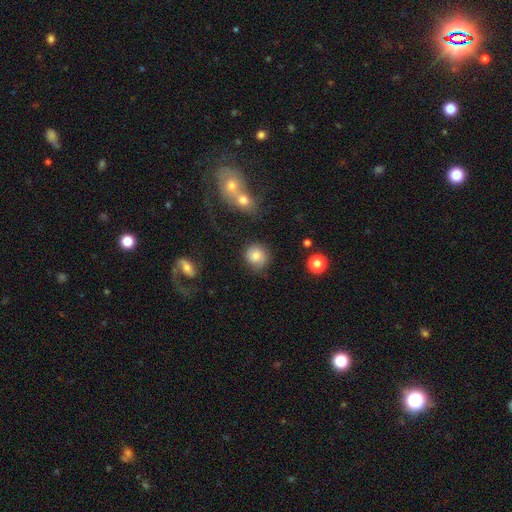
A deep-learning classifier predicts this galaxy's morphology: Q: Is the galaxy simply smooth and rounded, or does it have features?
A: smooth — 76%.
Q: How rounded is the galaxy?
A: round — 86%.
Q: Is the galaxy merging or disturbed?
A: none — 74%.